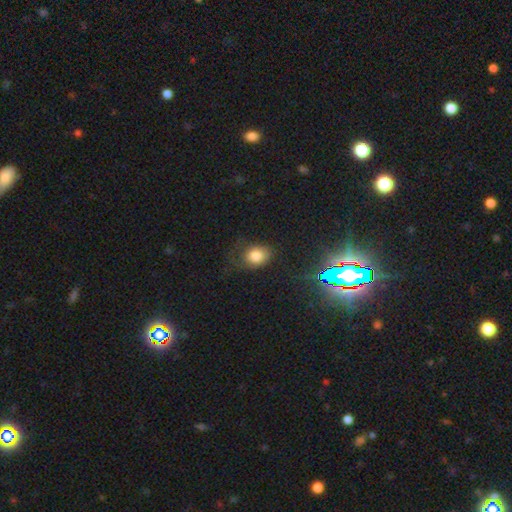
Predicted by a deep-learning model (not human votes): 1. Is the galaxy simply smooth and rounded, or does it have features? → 79% smooth, 12% star or artifact, 9% featured or disk.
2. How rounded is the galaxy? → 57% in between, 42% round, 1% cigar-shaped.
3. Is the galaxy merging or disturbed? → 57% none, 25% minor disturbance, 15% major disturbance, 2% merger.